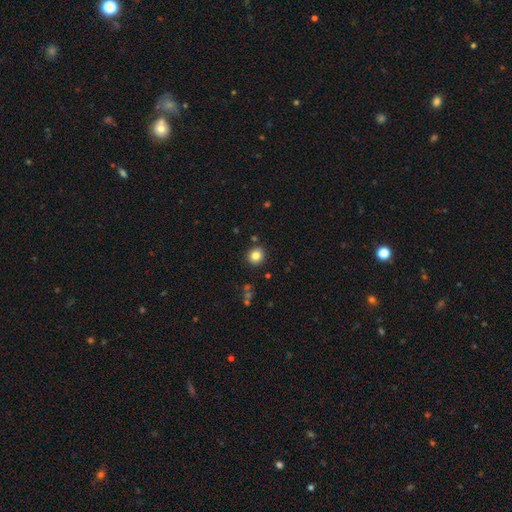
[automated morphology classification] type=smooth (83%); roundness=round (83%); merging=none (88%).